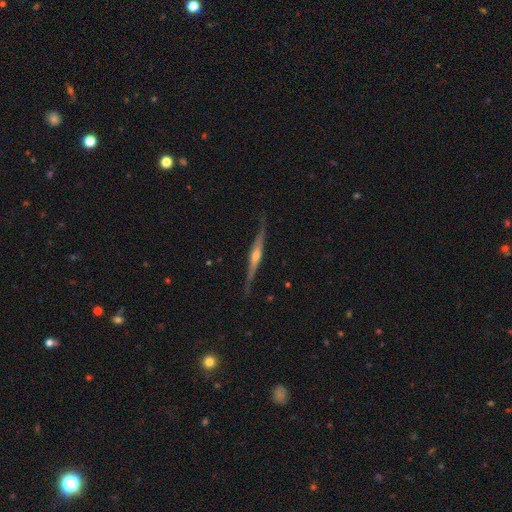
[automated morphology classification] The model was most divided on "smooth or featured": featured or disk: 80%, smooth: 15%, star or artifact: 5%. More confident: edge-on disk — yes (97%); merging — none (84%); edge-on bulge — rounded (82%).